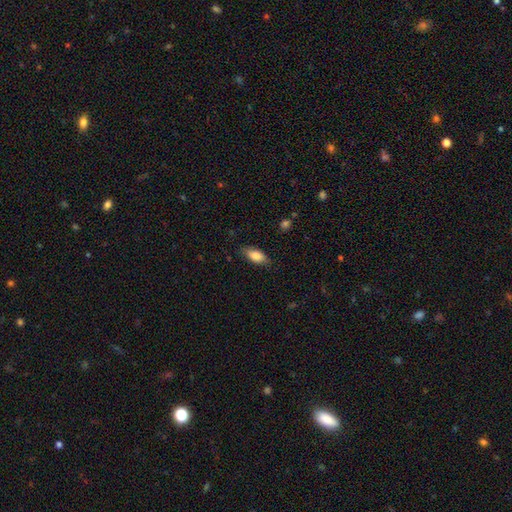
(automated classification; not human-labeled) Smooth or featured?
  - smooth: 82% *
  - featured or disk: 11%
  - star or artifact: 7%
How rounded?
  - in between: 86% *
  - cigar-shaped: 11%
  - round: 3%
Merging?
  - none: 80% *
  - minor disturbance: 16%
  - major disturbance: 3%
  - merger: 1%